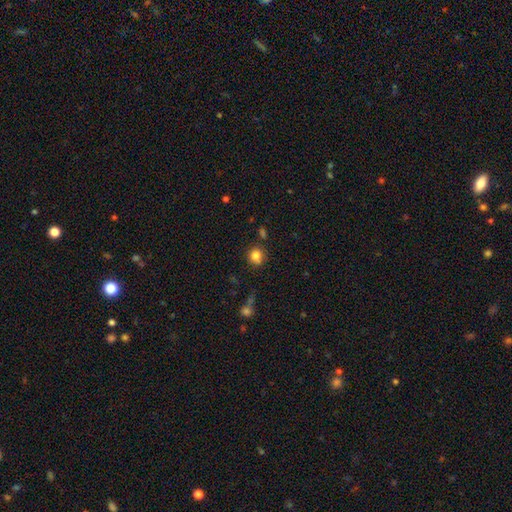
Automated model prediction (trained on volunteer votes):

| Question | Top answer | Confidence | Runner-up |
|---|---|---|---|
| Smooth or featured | smooth | 82% | star or artifact (11%) |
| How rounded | round | 83% | in between (16%) |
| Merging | none | 78% | minor disturbance (14%) |